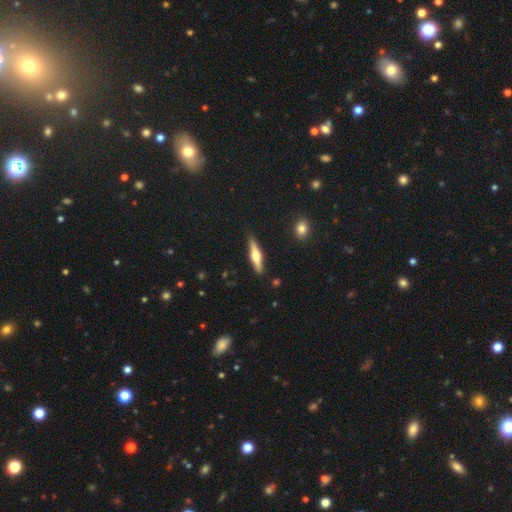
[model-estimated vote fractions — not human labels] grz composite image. It shows a featured or disk galaxy (57%) viewed edge-on (96%) with a rounded central bulge (90%). Merging: none (88%).